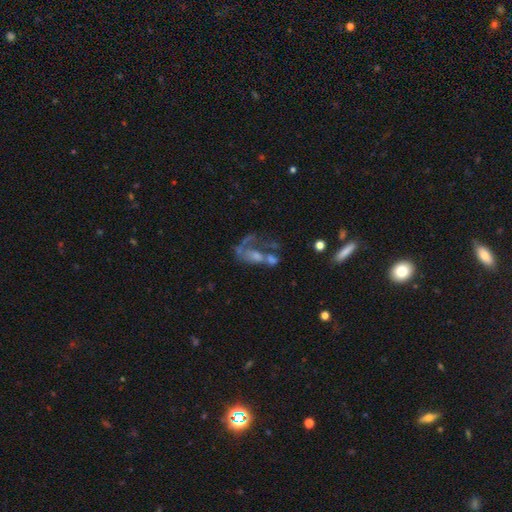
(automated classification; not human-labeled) Smooth or featured? featured or disk (61%)
Edge-on disk? no (93%)
Bar? no (77%)
Spiral arms? no (54%)
Bulge size? none (34%)
Merging? merger (34%)